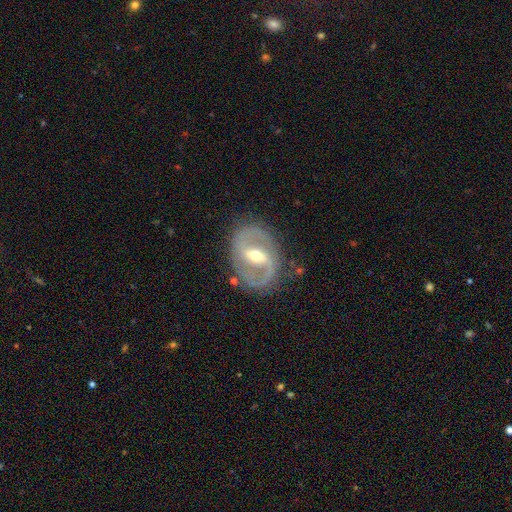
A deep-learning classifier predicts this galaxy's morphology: This appears to be a featured or disk galaxy (89%) with a weak bar (44%), 2 (91%) medium (57%) spiral arms (94%) and a moderate central bulge (64%). Merging: none (81%).